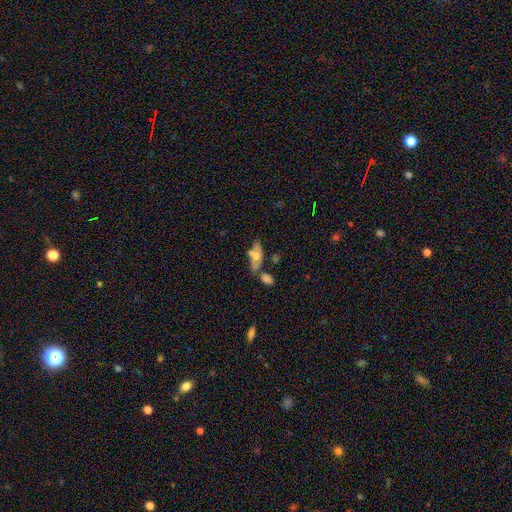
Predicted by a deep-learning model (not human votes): smooth_or_featured: smooth (p=0.52) [alt: featured or disk p=0.40]
how_rounded: in between (p=0.75) [alt: cigar-shaped p=0.20]
merging: none (p=0.44) [alt: merger p=0.25]